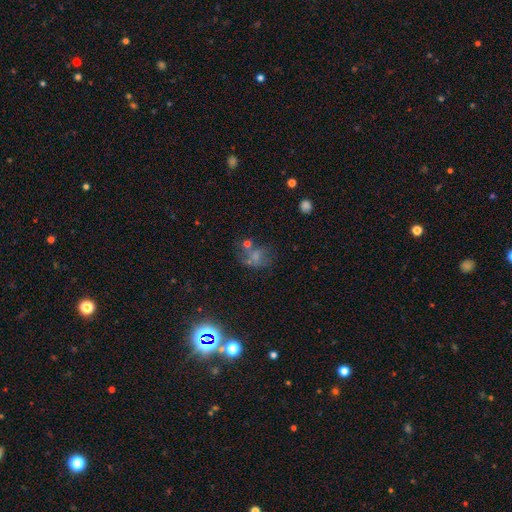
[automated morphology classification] Smooth or featured: smooth — 44% (star or artifact — 29%)
Merging: none — 41% (major disturbance — 21%)